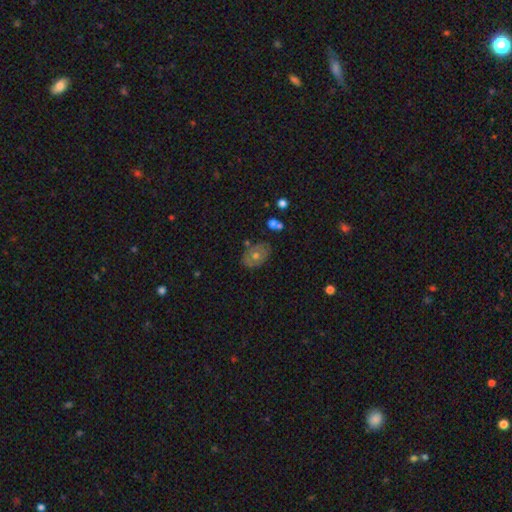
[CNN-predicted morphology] Smooth or featured?
  - smooth: 50% *
  - featured or disk: 35%
  - star or artifact: 15%
Merging?
  - none: 78% *
  - minor disturbance: 15%
  - major disturbance: 4%
  - merger: 3%